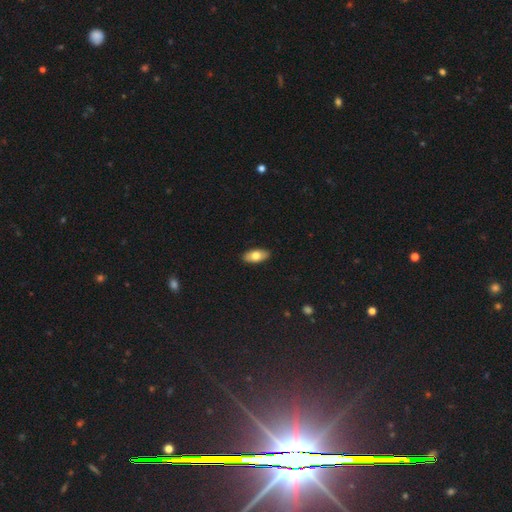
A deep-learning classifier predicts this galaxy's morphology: Overall: smooth (74%). How rounded: in between (90%). Merging: none (89%).